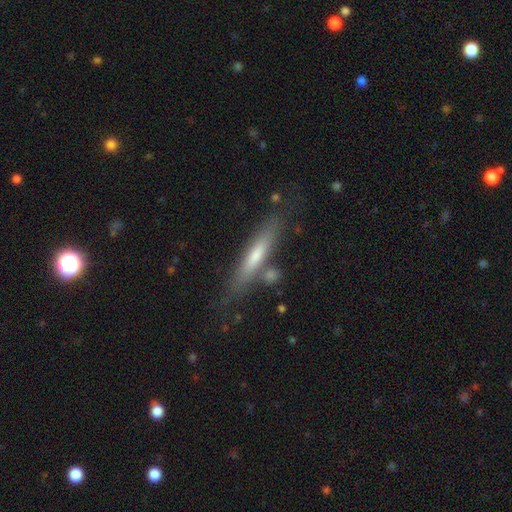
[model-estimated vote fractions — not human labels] smooth-or-featured: smooth: 55% | featured or disk: 38% | star or artifact: 7%
  how-rounded: cigar-shaped: 88% | in between: 10% | round: 2%
  merging: none: 74% | minor disturbance: 13% | merger: 8% | major disturbance: 4%